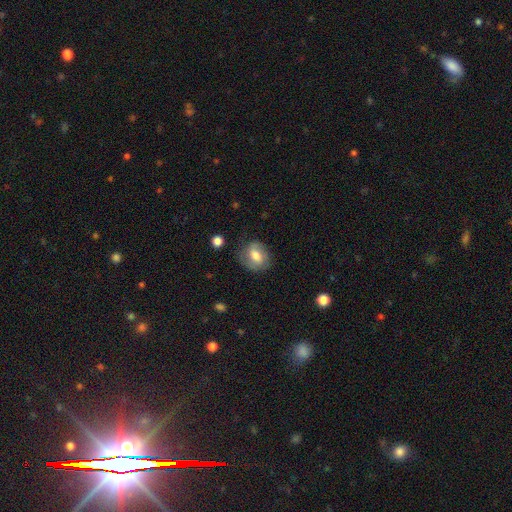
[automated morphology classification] smooth-or-featured: smooth: 62% | featured or disk: 30% | star or artifact: 8%
  how-rounded: in between: 51% | round: 47% | cigar-shaped: 1%
  merging: none: 67% | minor disturbance: 22% | major disturbance: 9% | merger: 2%